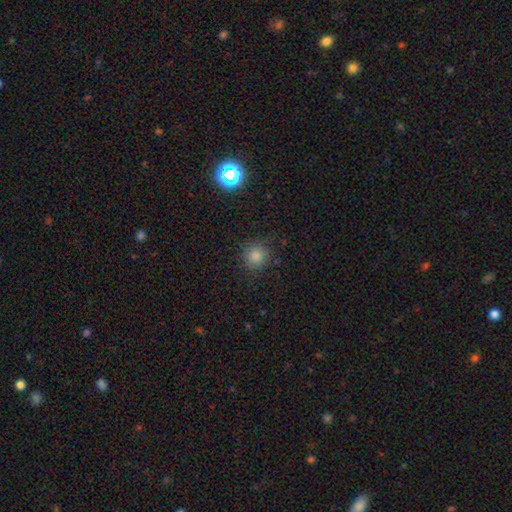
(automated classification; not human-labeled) A smooth galaxy with no disk features (79%) that is round (91%). Merging: none (87%).